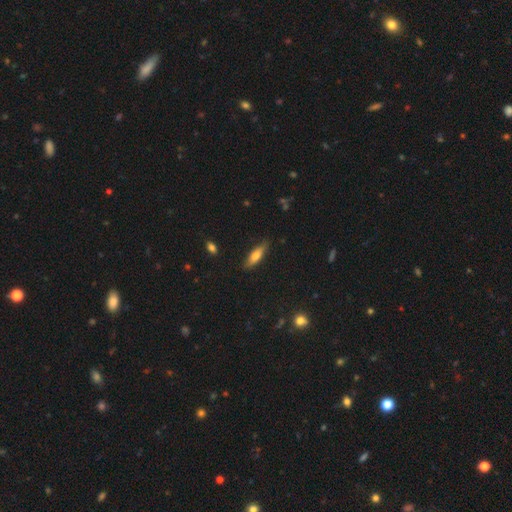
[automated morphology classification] The model was most divided on "how rounded": cigar-shaped: 56%, in between: 42%, round: 2%. More confident: merging — none (81%); smooth or featured — smooth (69%).